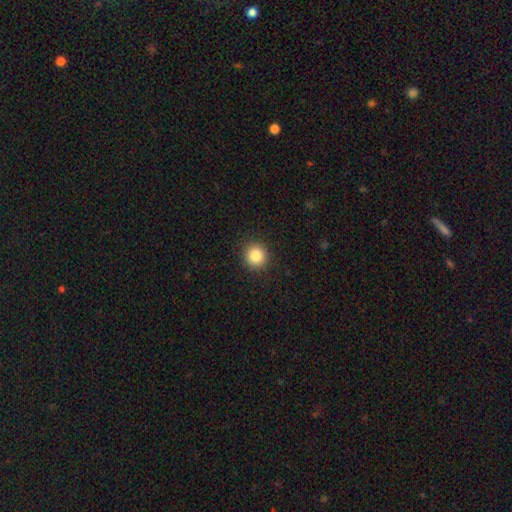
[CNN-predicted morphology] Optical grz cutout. It shows a smooth galaxy with no disk features (85%) that is round (92%). Merging: none (92%).